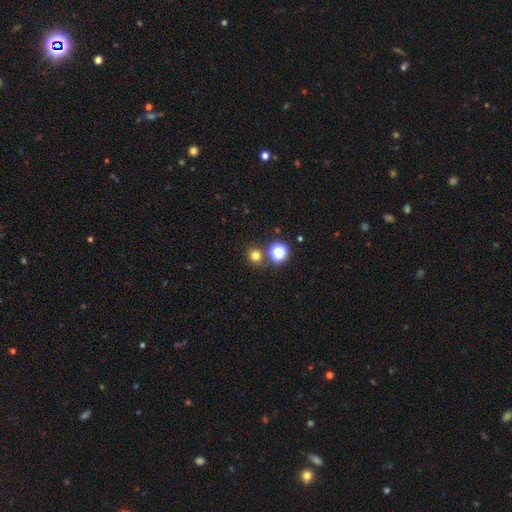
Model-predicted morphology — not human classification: A smooth galaxy with no disk features (74%) that is round (88%). Merging: none (80%).